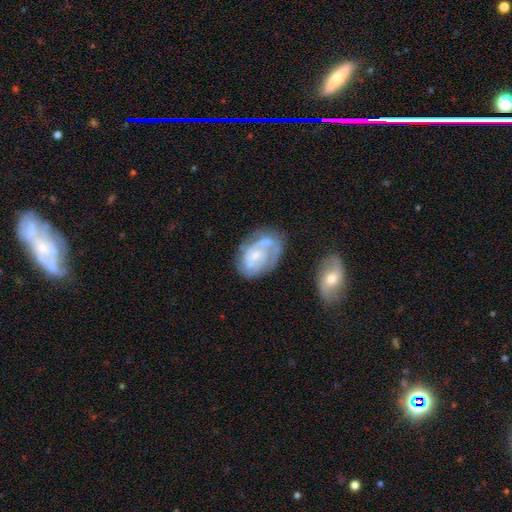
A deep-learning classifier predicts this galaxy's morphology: A featured or disk galaxy (73%) with no bar (56%), 2 (40%) tight (48%) spiral arms (84%) and a small central bulge (55%).

Vote fractions:
- Smooth or featured? featured or disk: 73% / smooth: 21% / star or artifact: 6%
- Edge-on disk? no: 97% / yes: 3%
- Bar? no: 56% / weak: 37% / strong: 7%
- Spiral arms? yes: 84% / no: 16%
- Spiral winding? tight: 48% / medium: 37% / loose: 15%
- Spiral arm count? 2: 40% / can't tell: 28% / 1: 16% / 3: 11% / 4: 3% / more than 4: 2%
- Bulge size? small: 55% / moderate: 27% / none: 14% / large: 3% / dominant: 1%
- Merging? none: 53% / minor disturbance: 24% / major disturbance: 15% / merger: 8%